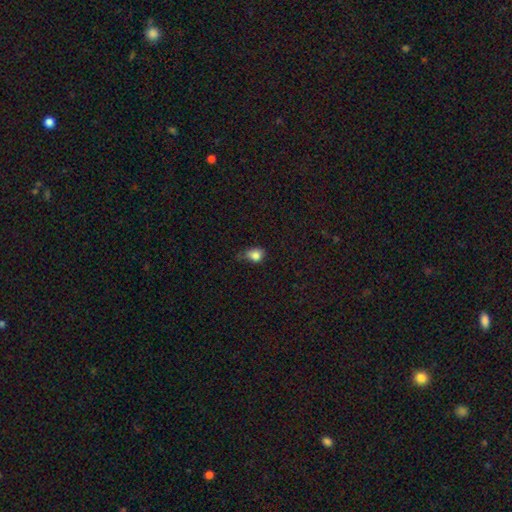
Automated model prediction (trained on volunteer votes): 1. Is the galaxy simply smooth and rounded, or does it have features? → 84% smooth, 11% star or artifact, 5% featured or disk.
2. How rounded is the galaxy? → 50% round, 49% in between, 1% cigar-shaped.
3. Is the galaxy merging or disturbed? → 45% none, 40% minor disturbance, 11% major disturbance, 3% merger.